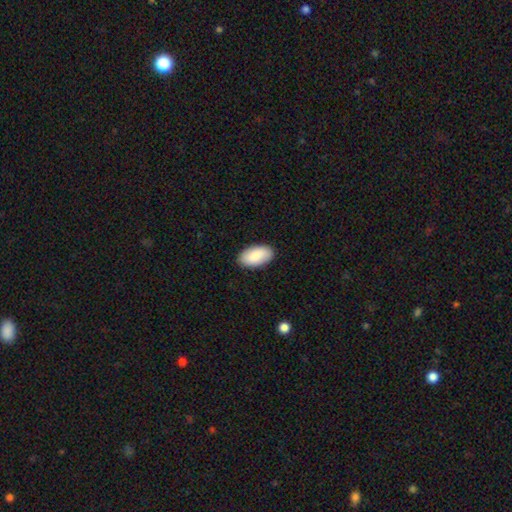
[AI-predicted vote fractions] Morphology: type=smooth (86%); roundness=in between (96%); merging=none (89%).